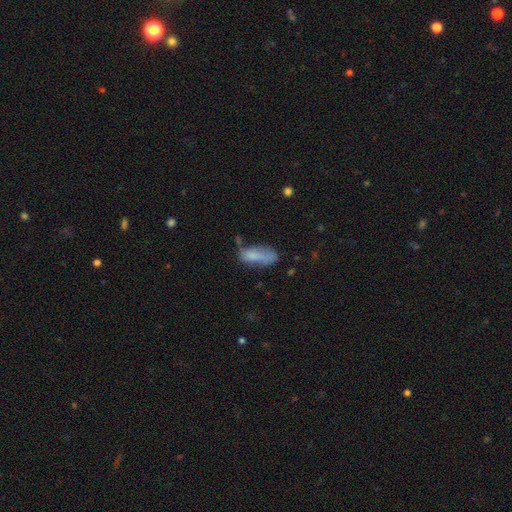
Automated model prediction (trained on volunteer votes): Smooth or featured: smooth — 74% (featured or disk — 17%)
How rounded: in between — 67% (cigar-shaped — 31%)
Merging: none — 40% (minor disturbance — 31%)